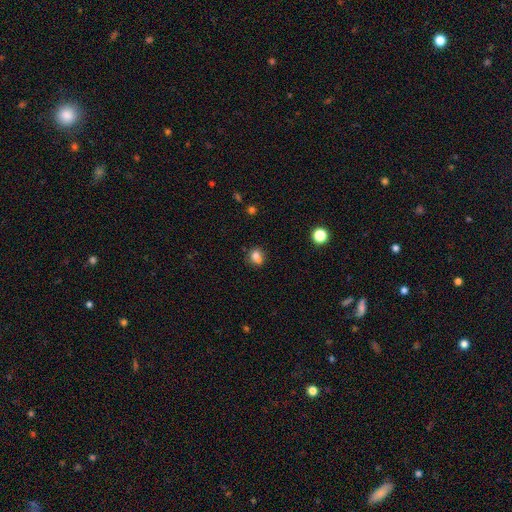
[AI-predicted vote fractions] Overall: smooth (79%). How rounded: round (66%; in between 33%). Merging: none (63%).